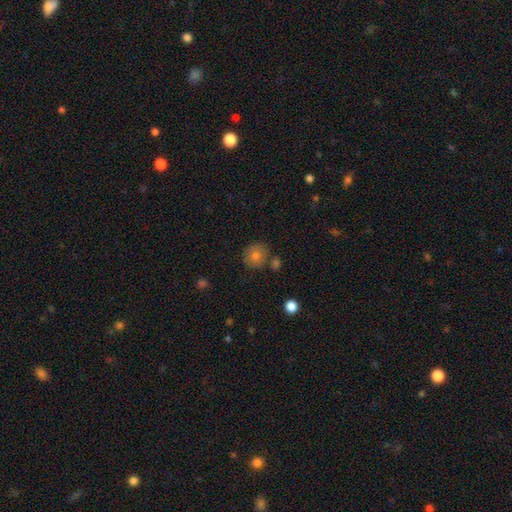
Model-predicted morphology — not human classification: Smooth or featured? smooth (73%)
How rounded? round (90%)
Merging? none (78%)